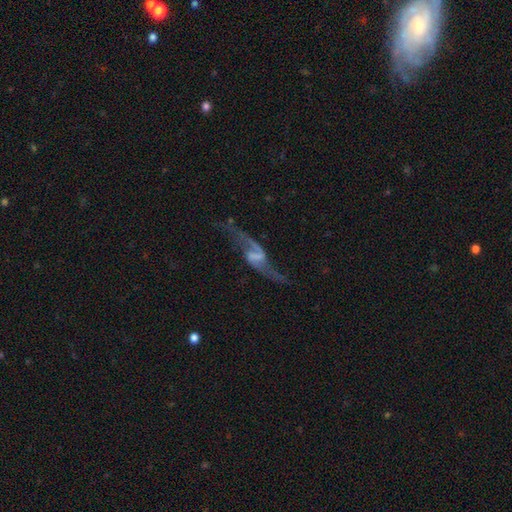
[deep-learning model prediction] This appears to be a featured or disk galaxy (86%) with a weak bar (43%), 2 (92%) loose (89%) spiral arms (93%) and no central bulge (57%). Merging: none (60%).